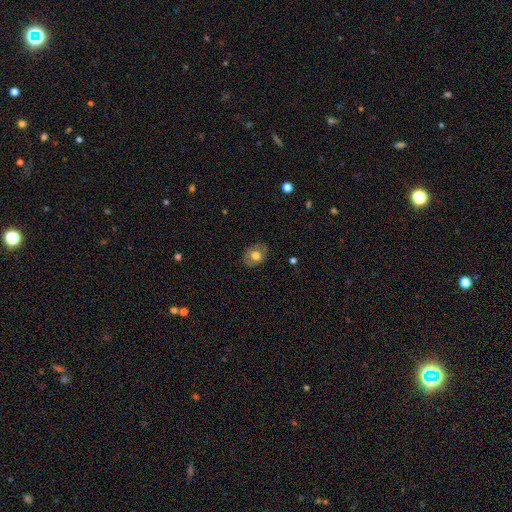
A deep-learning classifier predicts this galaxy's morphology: A smooth galaxy with no disk features (60%) that is in between round and cigar-shaped (57%). Merging: none (79%).